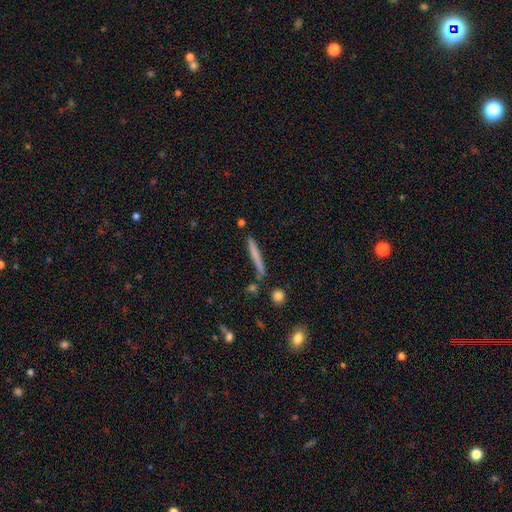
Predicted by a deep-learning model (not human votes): Smooth or featured? Predicted: smooth (p=0.63). How rounded? Predicted: cigar-shaped (p=0.95). Merging? Predicted: none (p=0.82).